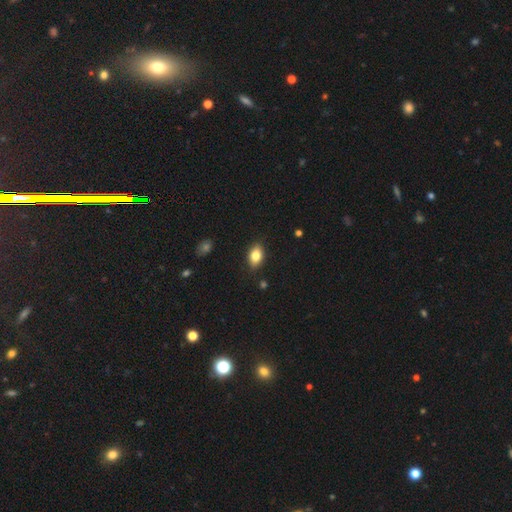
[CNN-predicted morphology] Smooth or featured: smooth — 81% (featured or disk — 10%)
How rounded: in between — 86% (round — 11%)
Merging: none — 86% (minor disturbance — 11%)